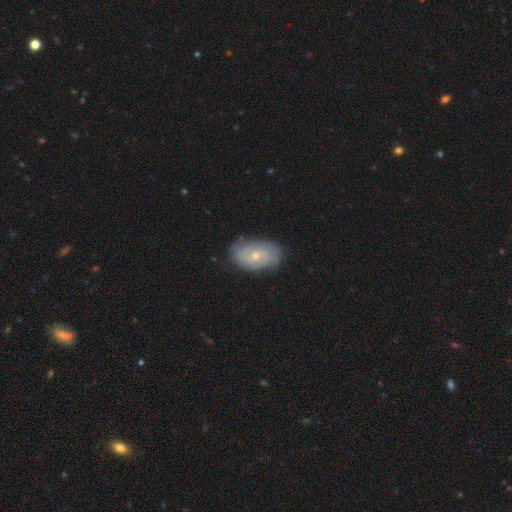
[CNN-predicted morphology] This is likely a featured or disk galaxy (69%). It is clearly not viewed edge-on (96%). Bar: likely no (62%). Spiral arm pattern: clearly yes (88%). Spiral arm count: marginally can't tell (38%). Spiral winding: possibly tight (52%). Central bulge: likely small (61%). Merging: likely none (75%).